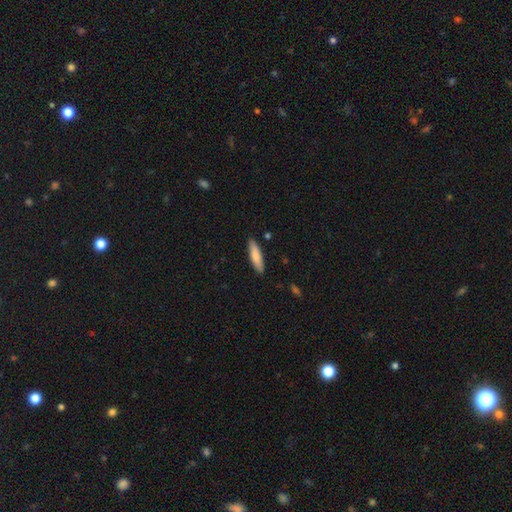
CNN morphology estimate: This is clearly a smooth galaxy (80%). How rounded: likely cigar-shaped (70%). Merging: clearly none (88%).